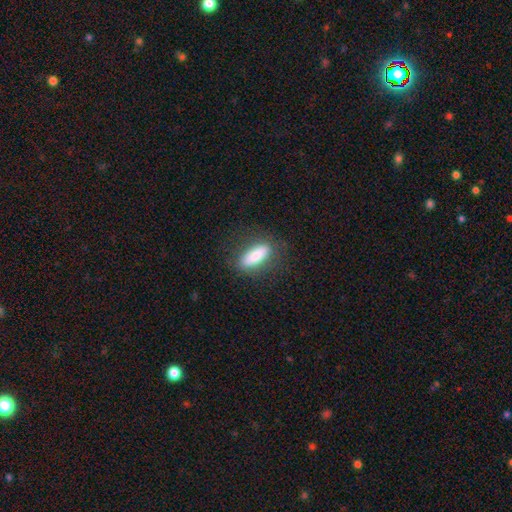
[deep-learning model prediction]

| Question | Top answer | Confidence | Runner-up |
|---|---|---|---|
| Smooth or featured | smooth | 76% | featured or disk (17%) |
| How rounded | in between | 57% | cigar-shaped (41%) |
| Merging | none | 81% | minor disturbance (13%) |